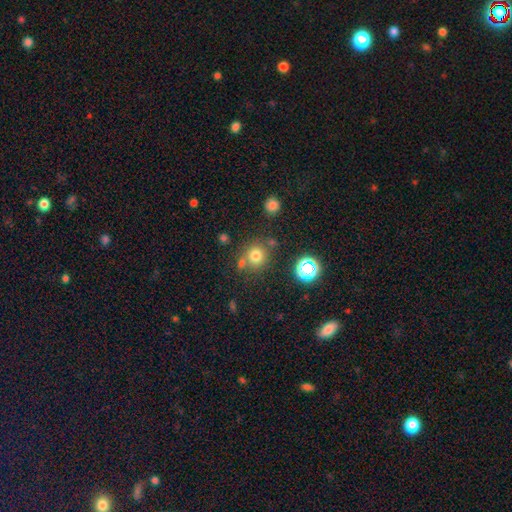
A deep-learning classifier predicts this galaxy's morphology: A smooth galaxy with no disk features (74%) that is round (87%).

Vote fractions:
- Smooth or featured? smooth: 74% / star or artifact: 17% / featured or disk: 9%
- How rounded? round: 87% / in between: 12% / cigar-shaped: 1%
- Merging? none: 69% / merger: 15% / minor disturbance: 11% / major disturbance: 4%